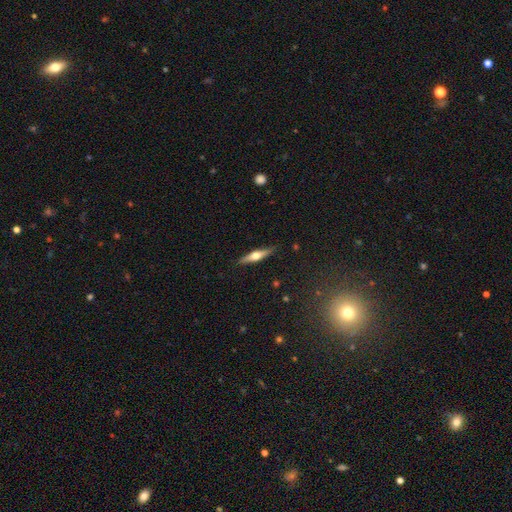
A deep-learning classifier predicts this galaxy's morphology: Q: Smooth or featured?
A: featured or disk (62%); runner-up: smooth (32%)
Q: Edge-on disk?
A: yes (96%); runner-up: no (4%)
Q: Edge-on bulge?
A: rounded (94%); runner-up: boxy (3%)
Q: Merging?
A: none (89%); runner-up: minor disturbance (8%)